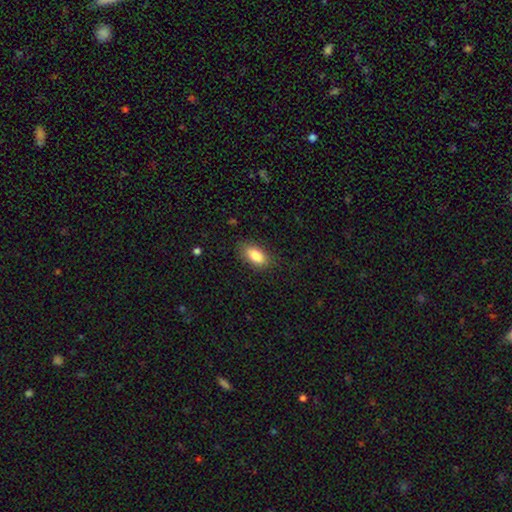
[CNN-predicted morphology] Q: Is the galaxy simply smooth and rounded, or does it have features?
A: smooth — 85%.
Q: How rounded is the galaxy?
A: in between — 89%.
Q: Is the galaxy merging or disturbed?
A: none — 82%.